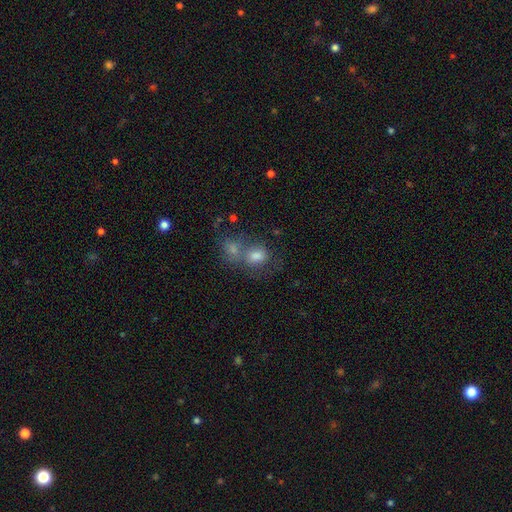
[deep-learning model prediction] This is likely a smooth galaxy (70%). How rounded: possibly round (54%). Merging: possibly merger (51%).